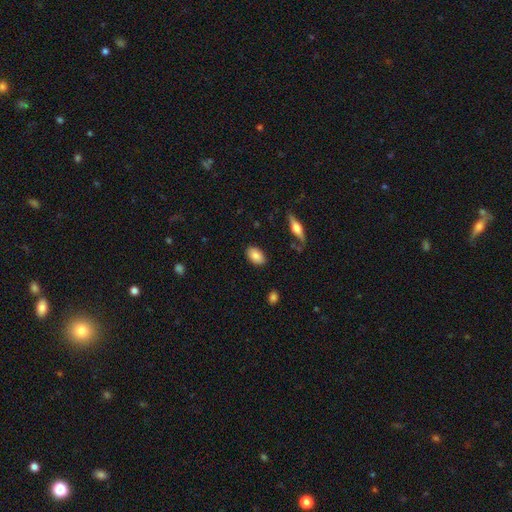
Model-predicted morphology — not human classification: Smooth or featured? Predicted: smooth (p=0.86). How rounded? Predicted: in between (p=0.92). Merging? Predicted: none (p=0.87).